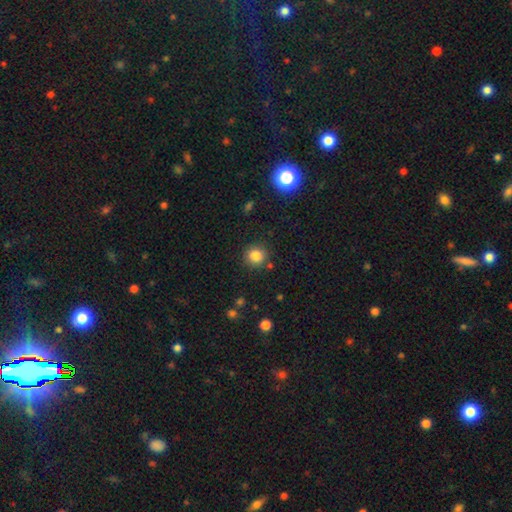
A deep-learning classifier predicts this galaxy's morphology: This is clearly a smooth galaxy (83%). How rounded: clearly round (90%). Merging: clearly none (85%).